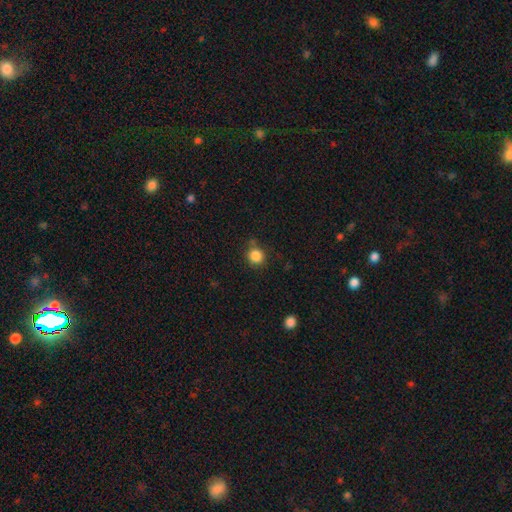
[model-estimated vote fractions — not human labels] Smooth or featured: smooth — 85% (star or artifact — 11%)
How rounded: round — 91% (in between — 8%)
Merging: none — 80% (minor disturbance — 12%)